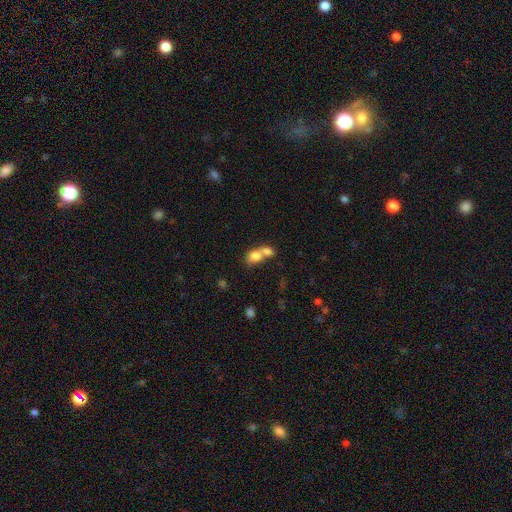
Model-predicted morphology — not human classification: The model was most divided on "how rounded": in between: 53%, round: 45%, cigar-shaped: 2%. More confident: smooth or featured — smooth (76%); merging — merger (71%).